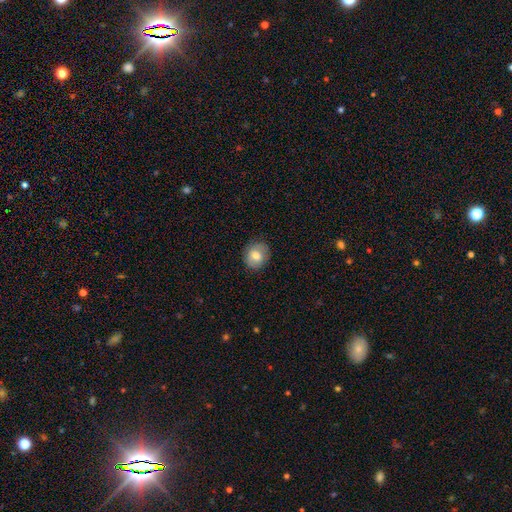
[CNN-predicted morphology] This is likely a smooth galaxy (74%). How rounded: likely round (77%). Merging: clearly none (87%).